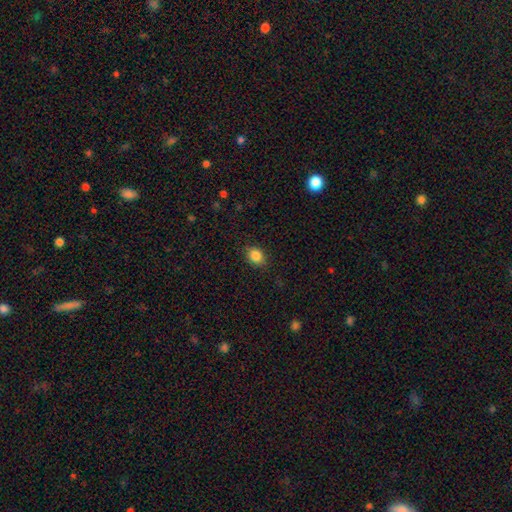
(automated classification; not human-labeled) smooth-or-featured: smooth: 86% | star or artifact: 10% | featured or disk: 4%
  how-rounded: in between: 51% | round: 48% | cigar-shaped: 1%
  merging: none: 86% | minor disturbance: 11% | major disturbance: 3% | merger: 1%